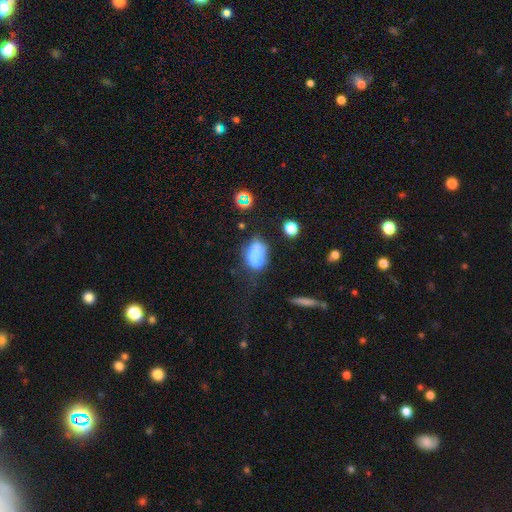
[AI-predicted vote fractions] Smooth or featured?
  - smooth: 55% *
  - featured or disk: 32%
  - star or artifact: 13%
How rounded?
  - in between: 74% *
  - round: 21%
  - cigar-shaped: 5%
Merging?
  - merger: 35% *
  - none: 31%
  - minor disturbance: 19%
  - major disturbance: 14%